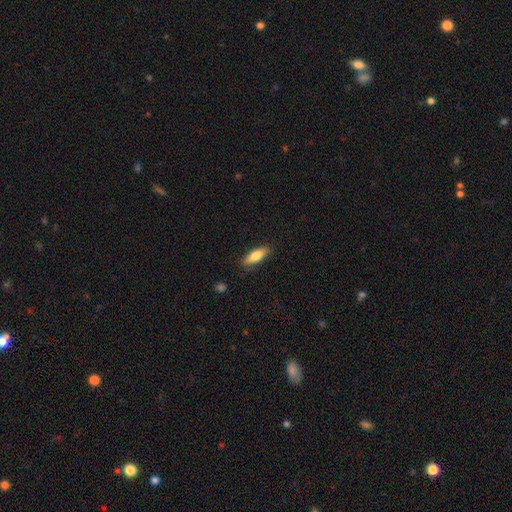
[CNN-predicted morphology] A smooth galaxy with no disk features (76%) that is in between round and cigar-shaped (61%).

Vote fractions:
- Smooth or featured? smooth: 76% / featured or disk: 18% / star or artifact: 6%
- How rounded? in between: 61% / cigar-shaped: 37% / round: 2%
- Merging? none: 86% / minor disturbance: 11% / major disturbance: 2% / merger: 1%